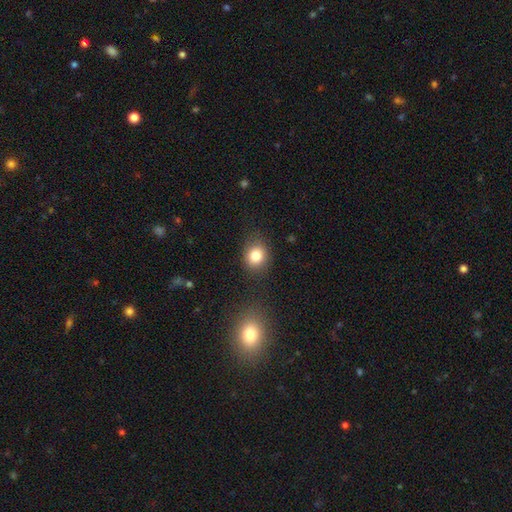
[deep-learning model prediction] A smooth galaxy with no disk features (82%) that is round (66%).

Vote fractions:
- Smooth or featured? smooth: 82% / star or artifact: 11% / featured or disk: 7%
- How rounded? round: 66% / in between: 34% / cigar-shaped: 1%
- Merging? none: 81% / minor disturbance: 12% / major disturbance: 4% / merger: 3%